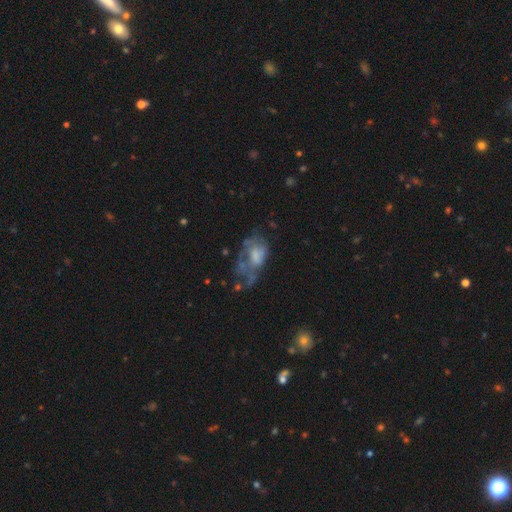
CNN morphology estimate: Smooth or featured? featured or disk (55%)
Edge-on disk? no (96%)
Bar? no (76%)
Spiral arms? no (73%)
Bulge size? none (38%)
Merging? major disturbance (42%)